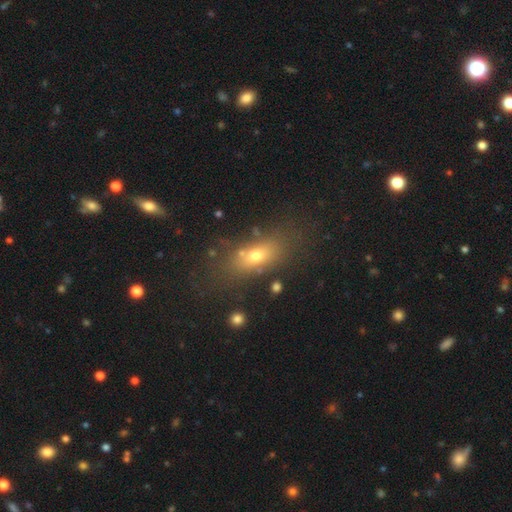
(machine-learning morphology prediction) Smooth or featured? smooth (61%)
How rounded? in between (70%)
Merging? none (73%)